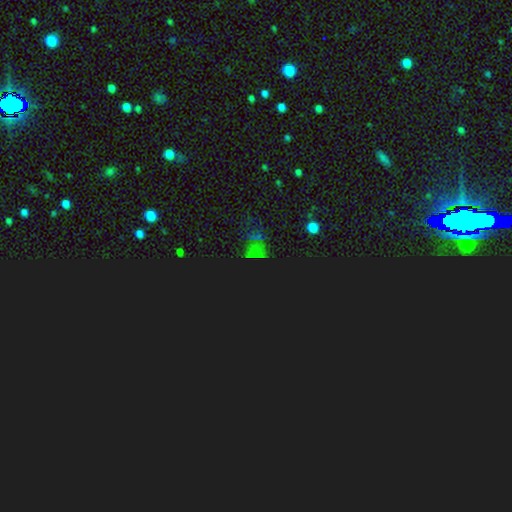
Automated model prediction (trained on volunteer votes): This appears to be a star or artifact, not a galaxy (75%).